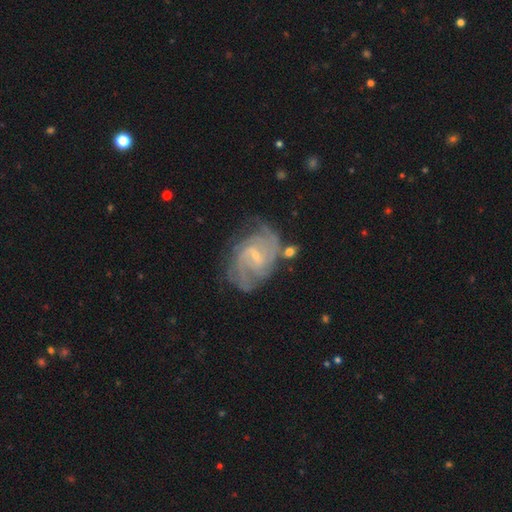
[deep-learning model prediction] Smooth or featured? featured or disk (88%)
Edge-on disk? no (97%)
Bar? weak (60%)
Spiral arms? yes (97%)
Spiral winding? medium (44%, tied with tight)
Spiral arm count? 2 (45%)
Bulge size? small (75%)
Merging? none (67%)